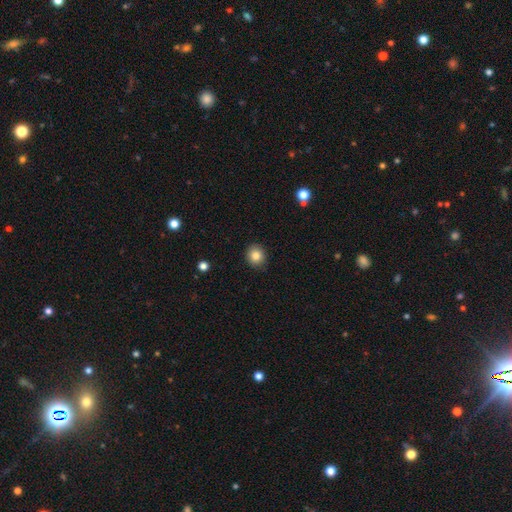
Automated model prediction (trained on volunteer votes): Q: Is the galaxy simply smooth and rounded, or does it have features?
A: smooth — 84%.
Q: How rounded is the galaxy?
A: round — 83%.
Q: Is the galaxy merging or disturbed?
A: none — 90%.